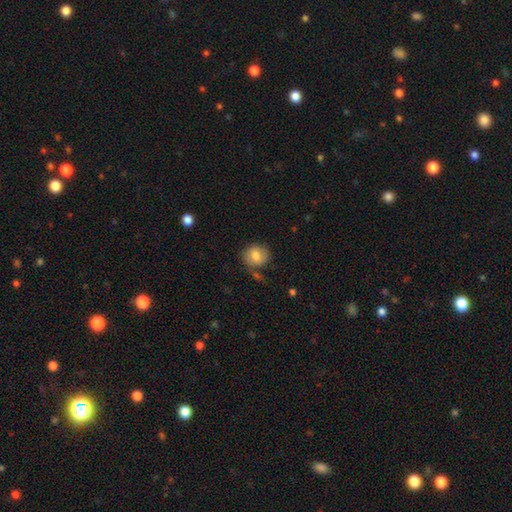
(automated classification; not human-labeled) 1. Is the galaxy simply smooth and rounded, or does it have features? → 77% smooth, 15% featured or disk, 8% star or artifact.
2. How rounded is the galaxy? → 82% round, 17% in between, 1% cigar-shaped.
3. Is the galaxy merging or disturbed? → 71% none, 16% minor disturbance, 8% merger, 5% major disturbance.